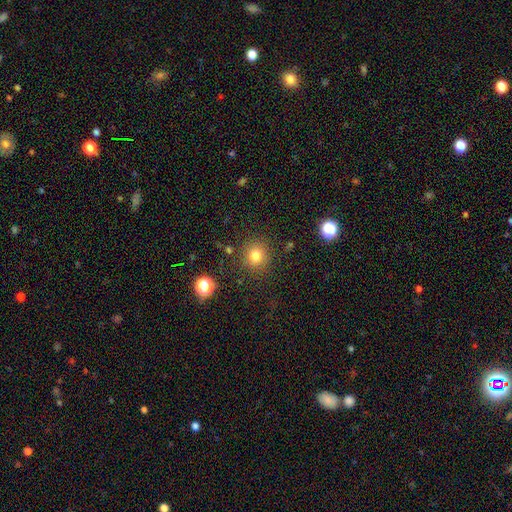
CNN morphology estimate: smooth_or_featured: smooth (p=0.78) [alt: star or artifact p=0.15]
how_rounded: round (p=0.90) [alt: in between p=0.09]
merging: none (p=0.86) [alt: minor disturbance p=0.08]